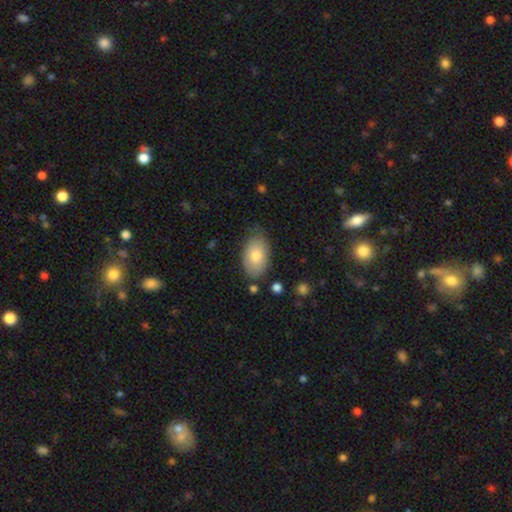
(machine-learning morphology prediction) Smooth or featured? Predicted: smooth (p=0.77). How rounded? Predicted: in between (p=0.93). Merging? Predicted: none (p=0.71).